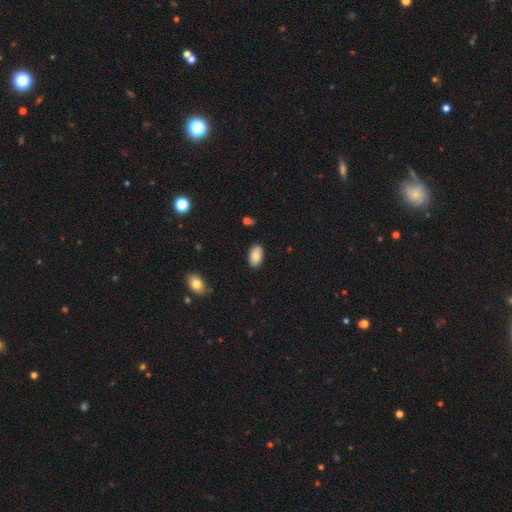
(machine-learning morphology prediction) Smooth or featured?
  - smooth: 84% *
  - featured or disk: 9%
  - star or artifact: 7%
How rounded?
  - in between: 94% *
  - round: 4%
  - cigar-shaped: 2%
Merging?
  - none: 86% *
  - minor disturbance: 11%
  - major disturbance: 2%
  - merger: 1%